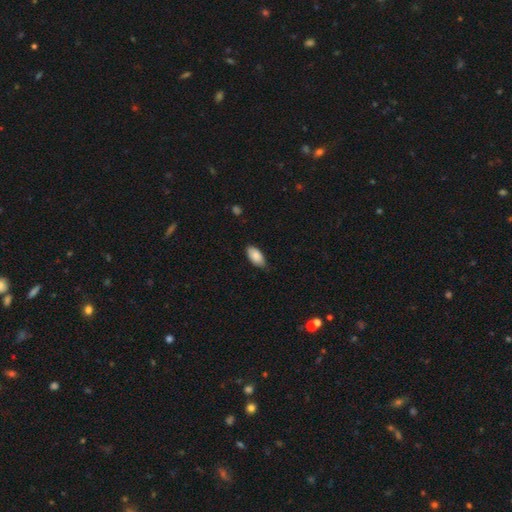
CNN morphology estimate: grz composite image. It shows a smooth galaxy with no disk features (86%) that is in between round and cigar-shaped (94%). Merging: none (74%).